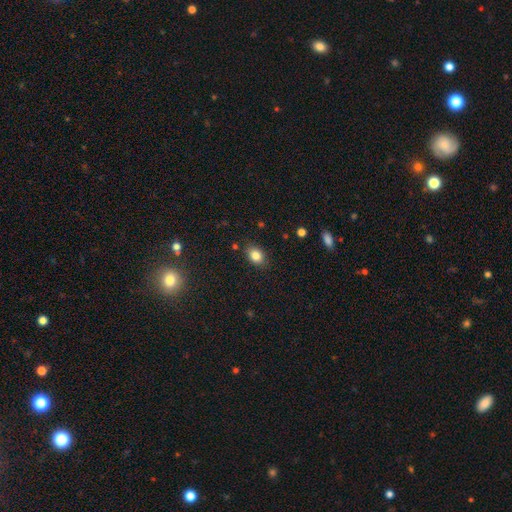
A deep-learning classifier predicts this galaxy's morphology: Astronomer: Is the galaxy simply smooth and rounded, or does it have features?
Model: smooth — 83%.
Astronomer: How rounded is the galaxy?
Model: in between — 69%.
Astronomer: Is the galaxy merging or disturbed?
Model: none — 84%.